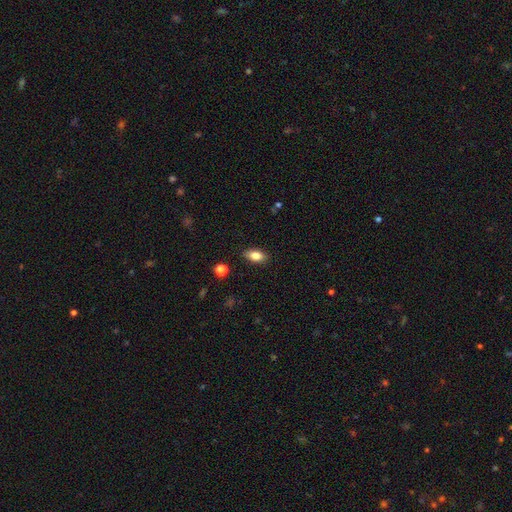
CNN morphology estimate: Smooth or featured? smooth (81%)
How rounded? in between (87%)
Merging? none (87%)